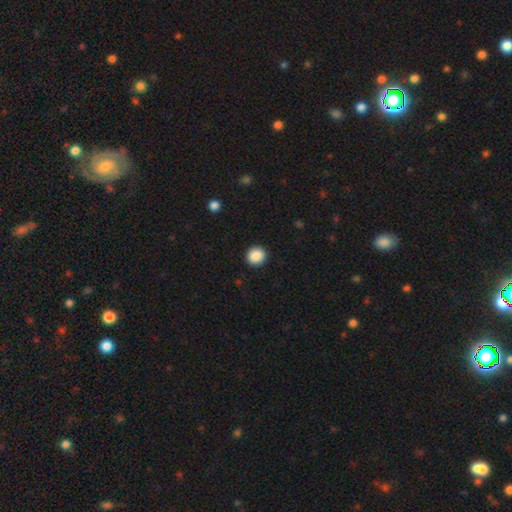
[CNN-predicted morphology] The model was most divided on "how rounded": round: 90%, in between: 10%, cigar-shaped: 1%. More confident: merging — none (92%); smooth or featured — smooth (89%).